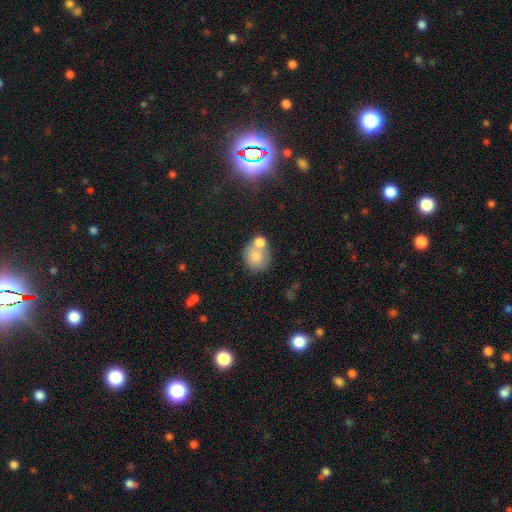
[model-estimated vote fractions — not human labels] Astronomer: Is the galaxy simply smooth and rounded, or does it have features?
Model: smooth — 76%.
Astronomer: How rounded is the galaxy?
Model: round — 72%.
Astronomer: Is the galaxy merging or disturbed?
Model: merger — 41% (runner-up: none, 40%).